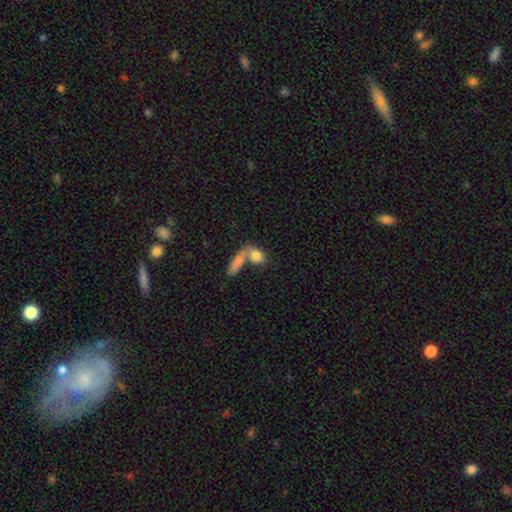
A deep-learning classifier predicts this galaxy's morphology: The model was most divided on "merging": merger: 52%, none: 31%, major disturbance: 8%, minor disturbance: 8%. More confident: smooth or featured — smooth (79%); how rounded — in between (62%).